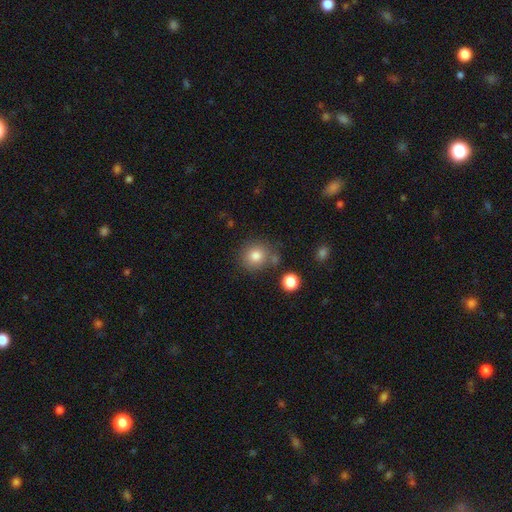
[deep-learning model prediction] This is clearly a smooth galaxy (81%). How rounded: clearly round (88%). Merging: likely none (74%).